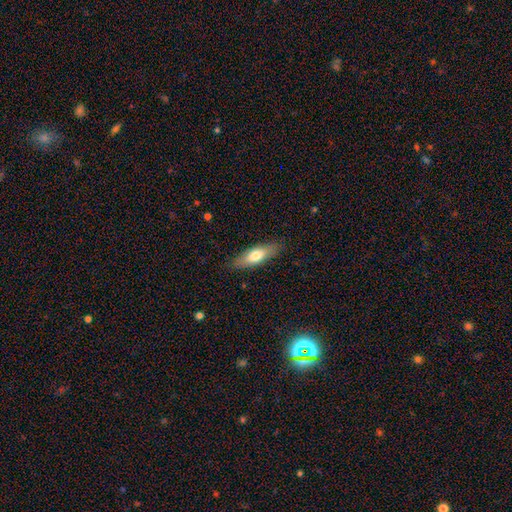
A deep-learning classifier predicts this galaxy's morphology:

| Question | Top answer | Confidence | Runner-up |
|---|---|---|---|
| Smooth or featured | smooth | 70% | featured or disk (24%) |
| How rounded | in between | 56% | cigar-shaped (42%) |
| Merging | none | 86% | minor disturbance (11%) |